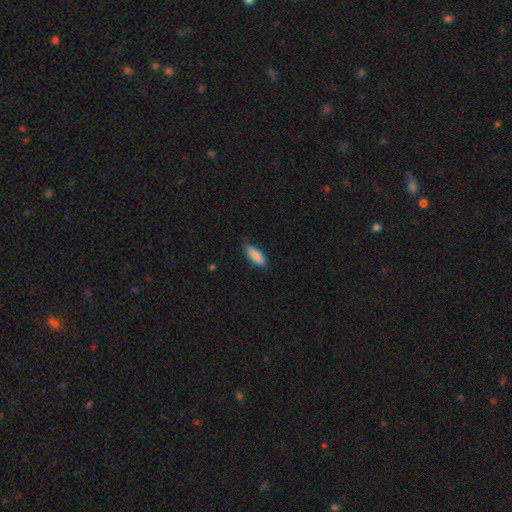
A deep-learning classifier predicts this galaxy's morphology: Q: Smooth or featured?
A: smooth (87%); runner-up: featured or disk (7%)
Q: How rounded?
A: in between (56%); runner-up: cigar-shaped (43%)
Q: Merging?
A: none (82%); runner-up: minor disturbance (15%)